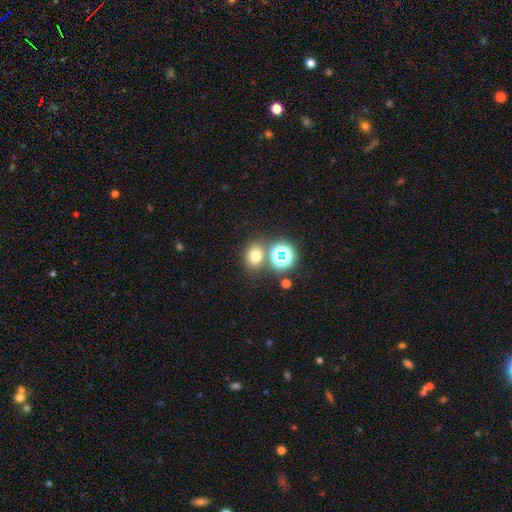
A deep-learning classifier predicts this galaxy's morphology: Smooth or featured? Predicted: smooth (p=0.69). How rounded? Predicted: round (p=0.59). Merging? Predicted: none (p=0.70).